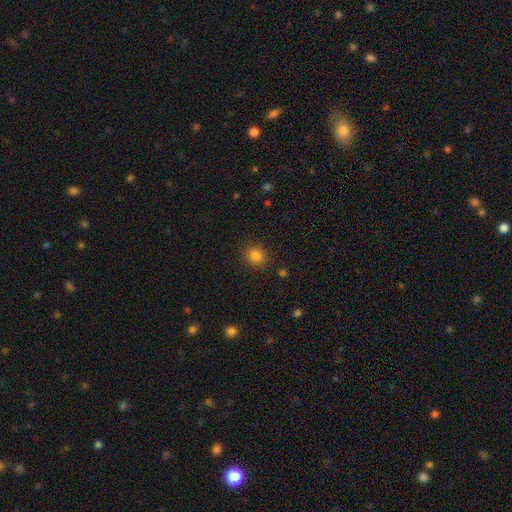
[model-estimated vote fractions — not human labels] smooth 82%, star or artifact 13%, featured or disk 5%. Down the decision tree: how rounded — round (84%); merging — none (89%).